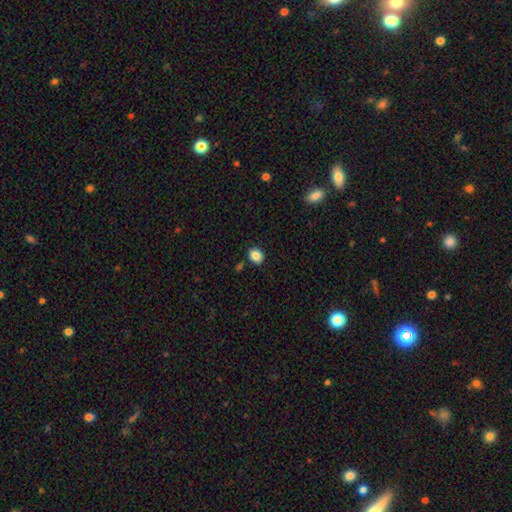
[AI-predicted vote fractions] Smooth or featured: smooth — 86% (star or artifact — 10%)
How rounded: round — 60% (in between — 39%)
Merging: none — 87% (minor disturbance — 8%)